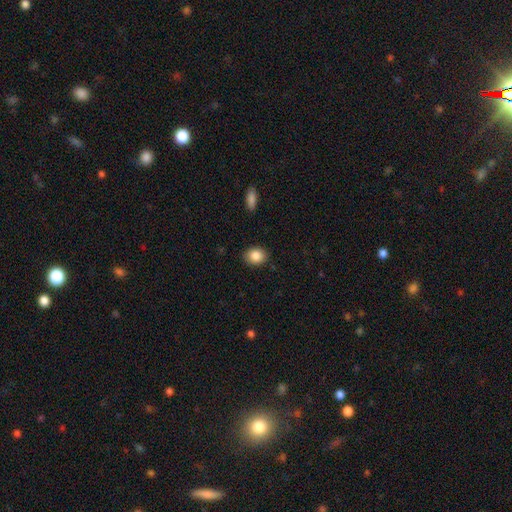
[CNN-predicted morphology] Smooth or featured?
  - smooth: 87% *
  - star or artifact: 8%
  - featured or disk: 5%
How rounded?
  - in between: 53% *
  - round: 46%
  - cigar-shaped: 1%
Merging?
  - none: 88% *
  - minor disturbance: 9%
  - major disturbance: 2%
  - merger: 1%